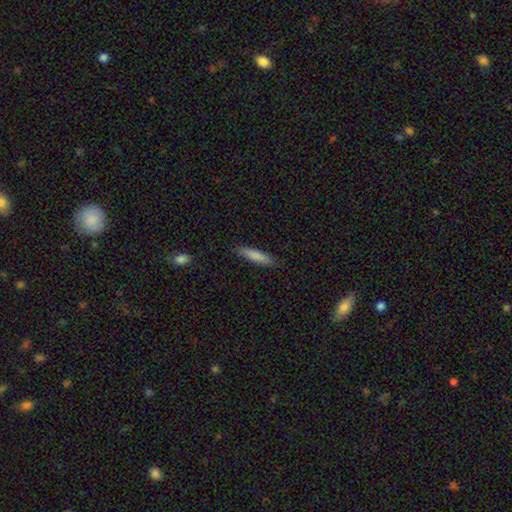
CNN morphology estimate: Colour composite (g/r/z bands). It shows a smooth galaxy with no disk features (83%) that is cigar-shaped (80%). Merging: none (87%).